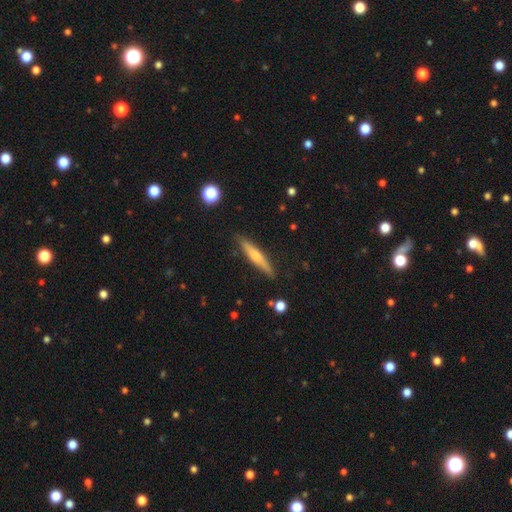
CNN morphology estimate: smooth_or_featured: smooth (p=0.53) [alt: featured or disk p=0.40]
how_rounded: cigar-shaped (p=0.91) [alt: in between p=0.08]
merging: none (p=0.86) [alt: minor disturbance p=0.10]